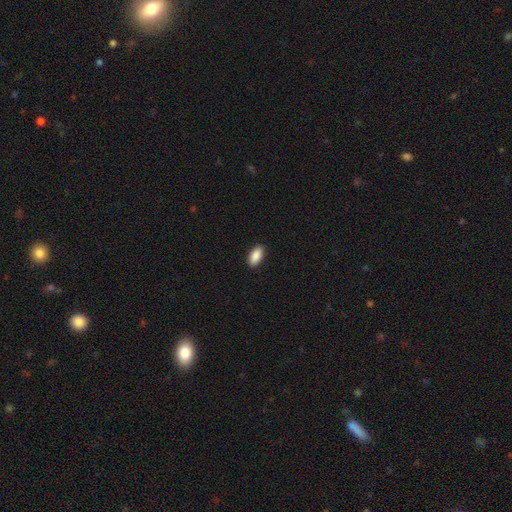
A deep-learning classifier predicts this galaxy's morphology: type=smooth (90%); roundness=in between (92%); merging=none (90%).